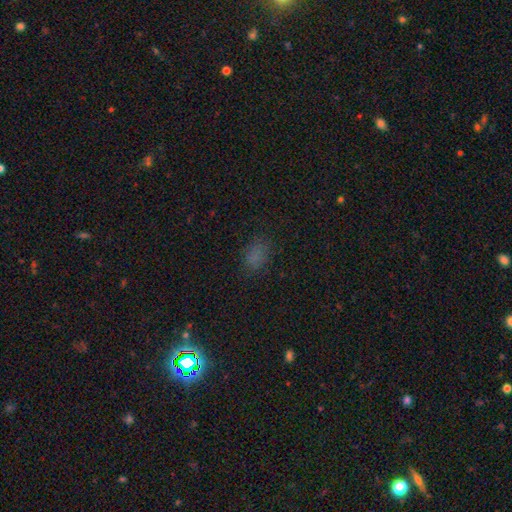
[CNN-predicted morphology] Smooth or featured: smooth — 69% (star or artifact — 24%)
How rounded: in between — 78% (round — 20%)
Merging: none — 74% (minor disturbance — 18%)